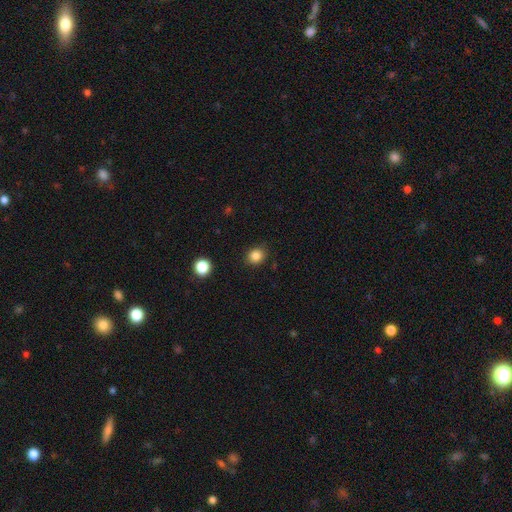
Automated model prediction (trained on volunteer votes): smooth 84%, star or artifact 12%, featured or disk 4%. Down the decision tree: how rounded — round (71%); merging — none (87%).